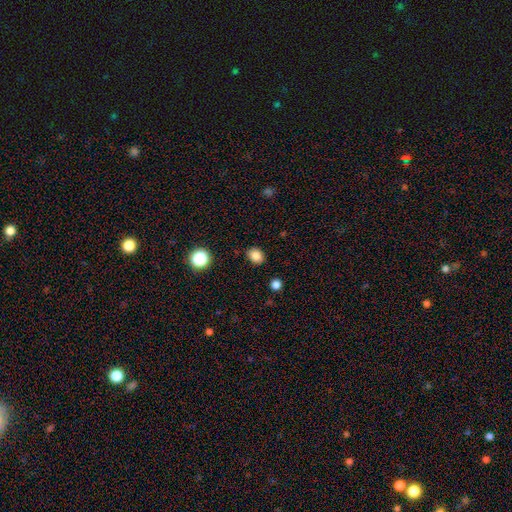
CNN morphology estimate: Smooth or featured? smooth (84%)
How rounded? round (51%)
Merging? none (85%)